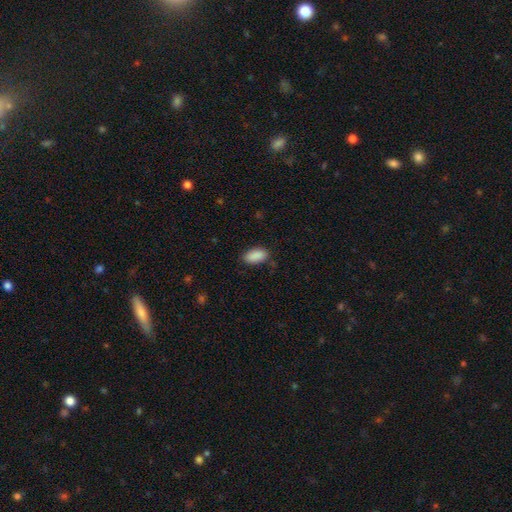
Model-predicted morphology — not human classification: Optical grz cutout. It shows a smooth galaxy with no disk features (90%) that is in between round and cigar-shaped (93%). Merging: none (81%).